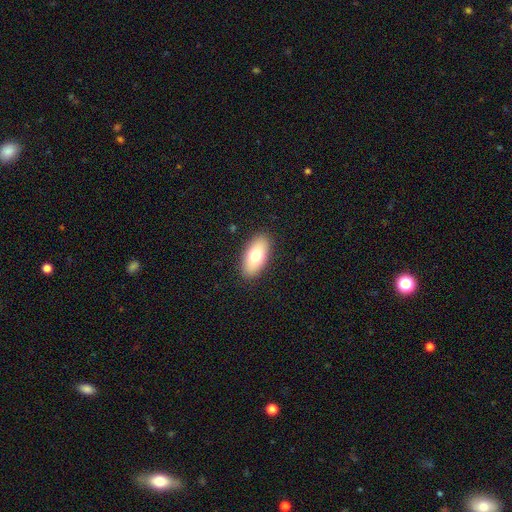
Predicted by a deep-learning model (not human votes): Q: Smooth or featured?
A: smooth (75%); runner-up: featured or disk (18%)
Q: How rounded?
A: in between (91%); runner-up: cigar-shaped (6%)
Q: Merging?
A: none (89%); runner-up: minor disturbance (8%)